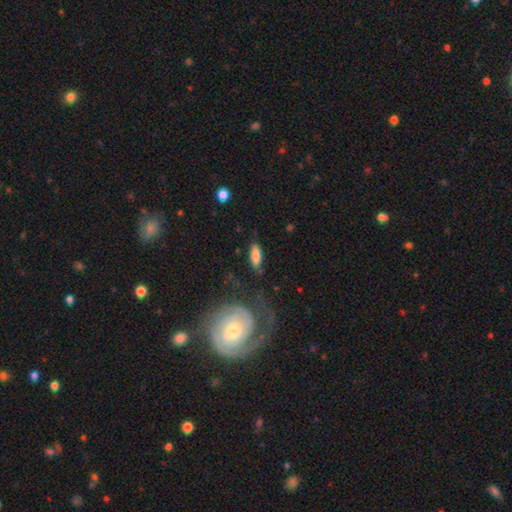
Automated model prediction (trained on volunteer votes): smooth 75%, featured or disk 18%, star or artifact 7%. Down the decision tree: how rounded — in between (66%); merging — none (75%).